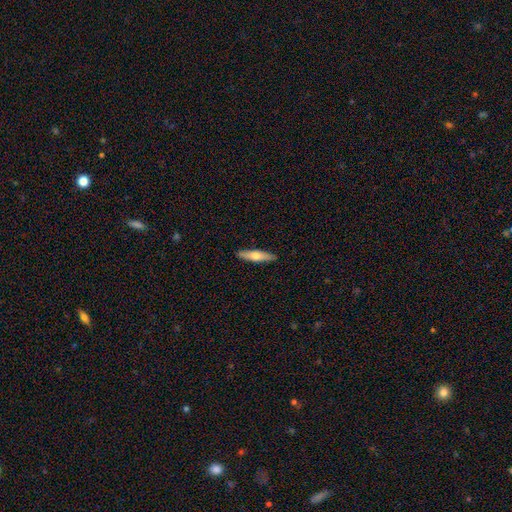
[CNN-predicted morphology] Q: Smooth or featured?
A: smooth (57%); runner-up: featured or disk (37%)
Q: How rounded?
A: cigar-shaped (78%); runner-up: in between (21%)
Q: Merging?
A: none (90%); runner-up: minor disturbance (7%)